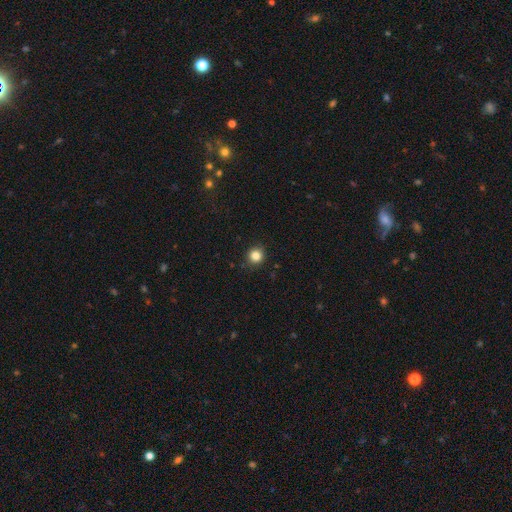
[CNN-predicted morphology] Smooth or featured? smooth (84%)
How rounded? round (90%)
Merging? none (88%)